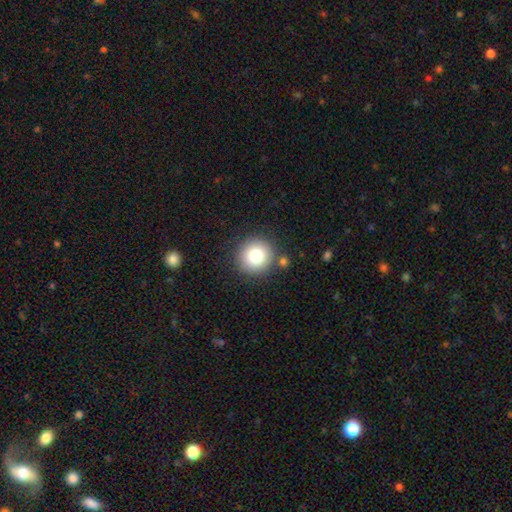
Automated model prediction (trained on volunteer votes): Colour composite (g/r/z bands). It shows a smooth galaxy with no disk features (85%) that is round (93%). Merging: none (84%).